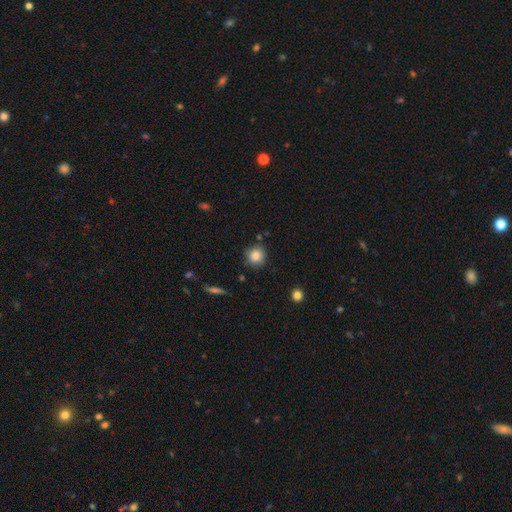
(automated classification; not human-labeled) Smooth or featured: smooth — 85% (star or artifact — 9%)
How rounded: round — 90% (in between — 9%)
Merging: none — 81% (minor disturbance — 12%)